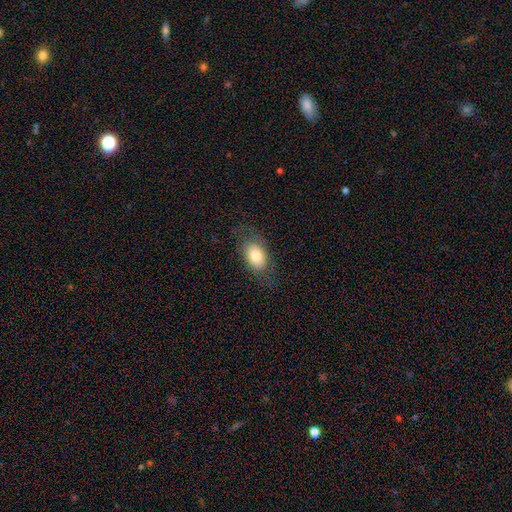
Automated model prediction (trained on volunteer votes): Overall: smooth (75%). How rounded: in between (87%). Merging: none (72%).